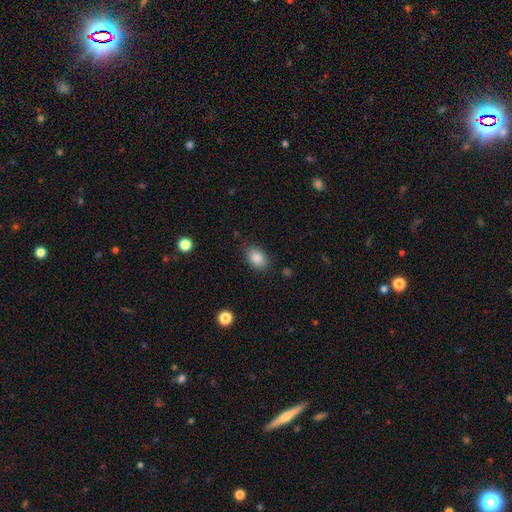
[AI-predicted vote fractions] Smooth or featured: smooth — 87% (star or artifact — 8%)
How rounded: in between — 81% (round — 18%)
Merging: none — 82% (minor disturbance — 13%)